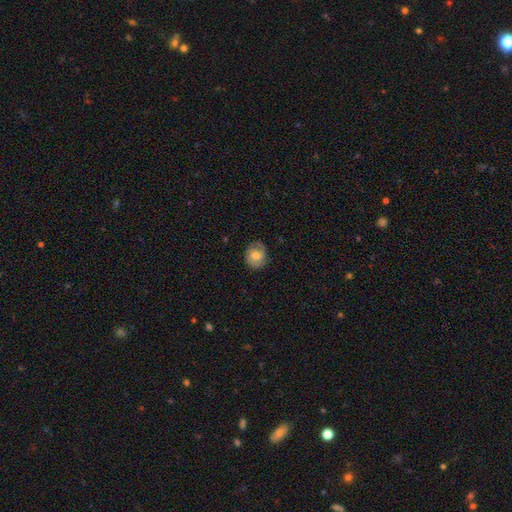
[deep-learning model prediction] smooth-or-featured: smooth: 56% | featured or disk: 36% | star or artifact: 8%
  how-rounded: round: 76% | in between: 23% | cigar-shaped: 1%
  merging: none: 75% | minor disturbance: 19% | major disturbance: 5% | merger: 1%